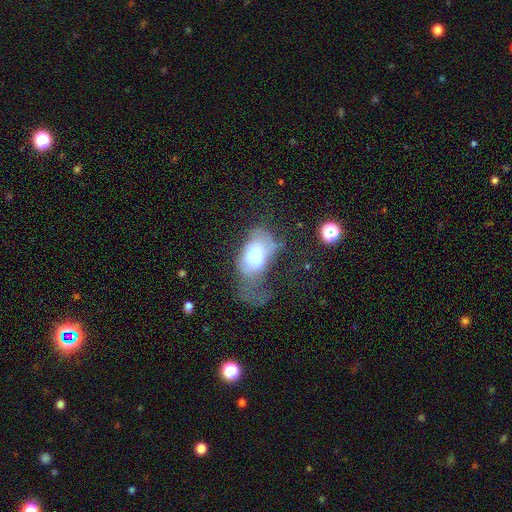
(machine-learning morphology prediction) Smooth or featured? smooth (60%)
How rounded? in between (88%)
Merging? major disturbance (58%)